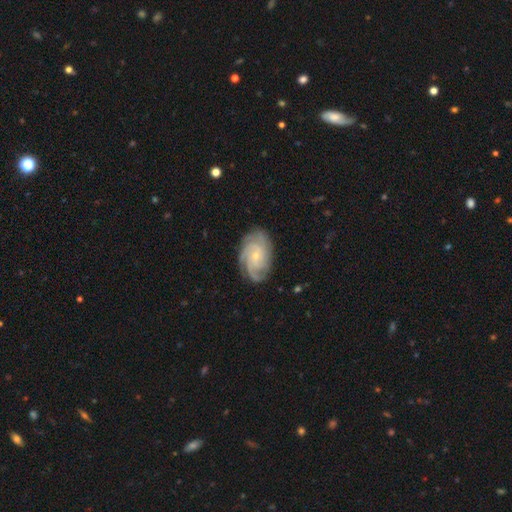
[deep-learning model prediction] This is clearly a featured or disk galaxy (86%). It is clearly not viewed edge-on (97%). Bar: likely no (74%). Spiral arm pattern: clearly yes (98%). Spiral arm count: marginally 4 (33%). Spiral winding: likely tight (68%). Central bulge: likely small (74%). Merging: clearly none (81%).